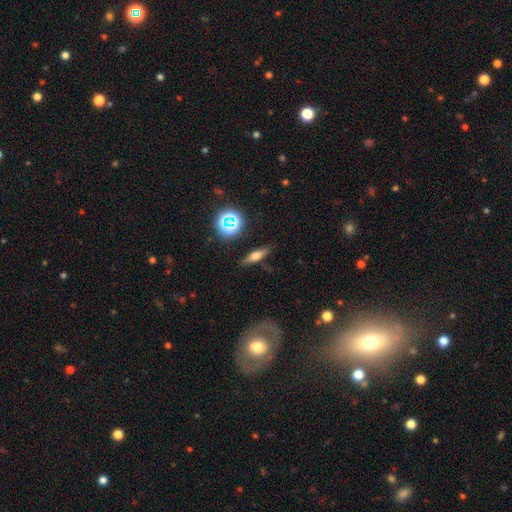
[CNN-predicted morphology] smooth-or-featured: smooth: 53% | featured or disk: 34% | star or artifact: 13%
  how-rounded: cigar-shaped: 60% | in between: 32% | round: 8%
  merging: none: 84% | minor disturbance: 11% | major disturbance: 3% | merger: 2%